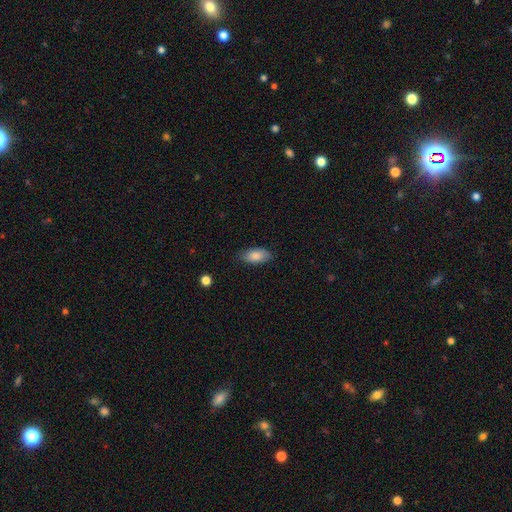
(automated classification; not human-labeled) This is clearly a smooth galaxy (84%). How rounded: clearly in between (90%). Merging: clearly none (82%).